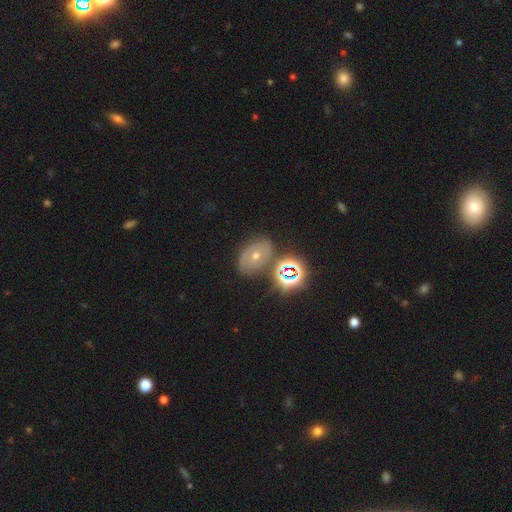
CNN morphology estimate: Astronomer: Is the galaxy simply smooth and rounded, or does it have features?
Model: featured or disk — 40% (runner-up: smooth, 34%).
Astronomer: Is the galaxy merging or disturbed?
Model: none — 72%.